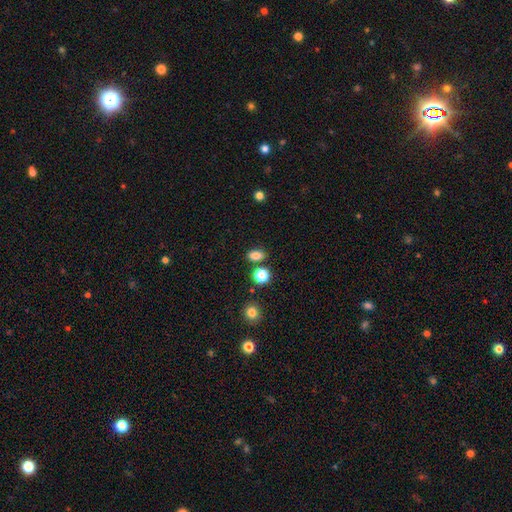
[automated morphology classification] This appears to be a smooth galaxy with no disk features (83%) that is in between round and cigar-shaped (76%). Merging: none (78%).